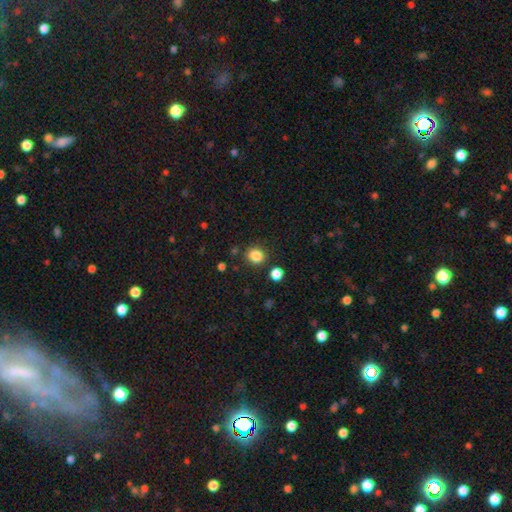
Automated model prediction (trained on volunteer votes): This is clearly a smooth galaxy (85%). How rounded: likely round (78%). Merging: clearly none (84%).